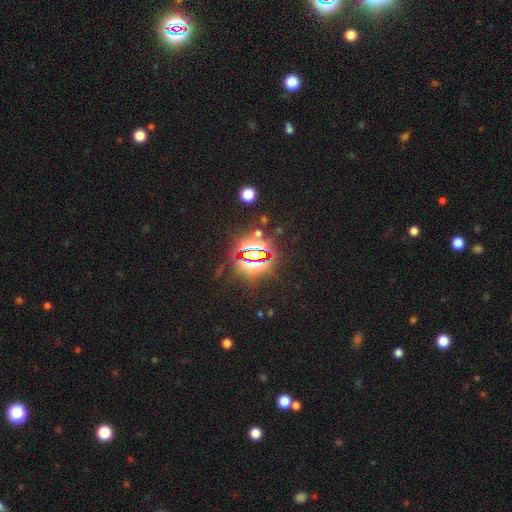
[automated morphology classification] Q: Smooth or featured?
A: star or artifact (80%); runner-up: smooth (12%)